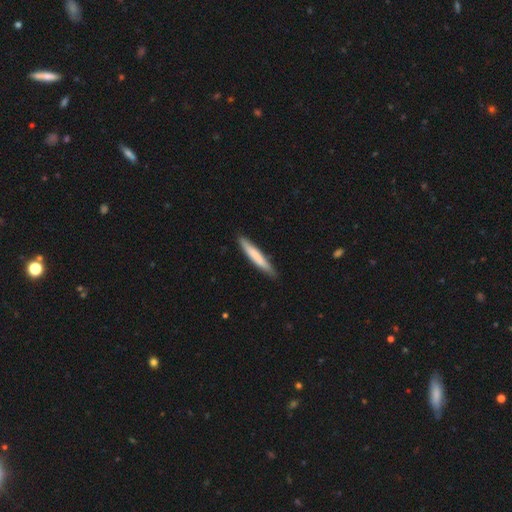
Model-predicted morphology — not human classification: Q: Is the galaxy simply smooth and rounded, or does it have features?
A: smooth — 71%.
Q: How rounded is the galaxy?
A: cigar-shaped — 95%.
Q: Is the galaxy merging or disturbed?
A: none — 86%.